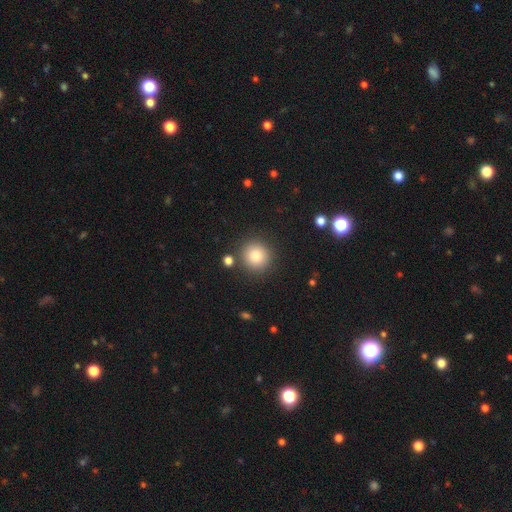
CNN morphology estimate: The model was most divided on "smooth or featured": smooth: 83%, star or artifact: 10%, featured or disk: 7%. More confident: how rounded — round (93%); merging — none (86%).